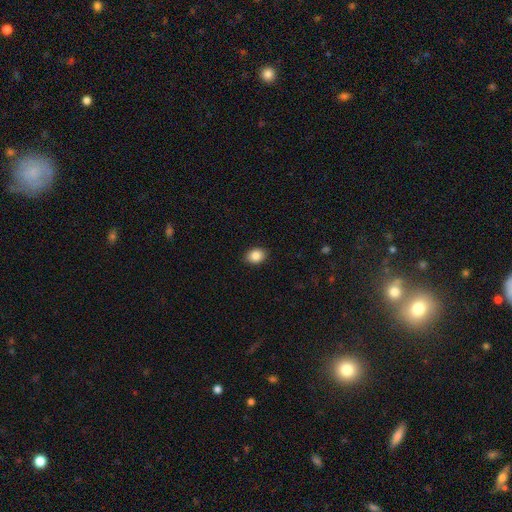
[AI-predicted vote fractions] Smooth or featured? Predicted: smooth (p=0.87). How rounded? Predicted: in between (p=0.60). Merging? Predicted: none (p=0.89).